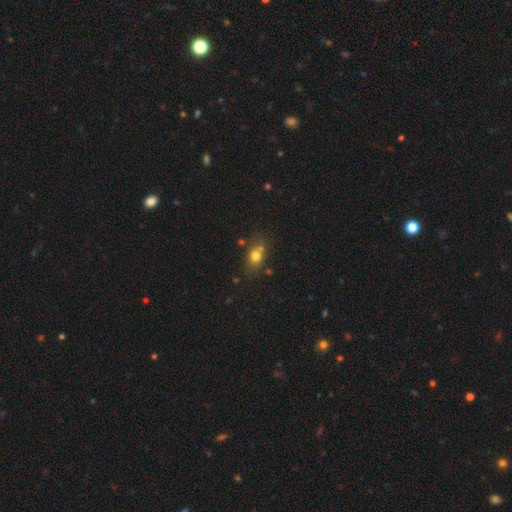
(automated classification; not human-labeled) This appears to be a smooth galaxy with no disk features (74%) that is in between round and cigar-shaped (54%). Merging: none (60%).